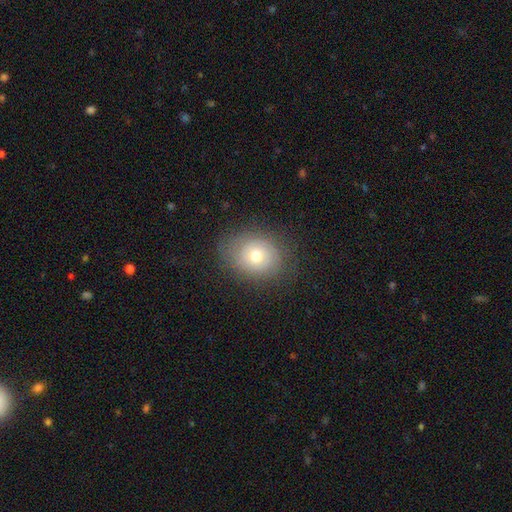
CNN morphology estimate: Smooth or featured?
  - smooth: 54% *
  - featured or disk: 35%
  - star or artifact: 11%
How rounded?
  - round: 58% *
  - in between: 41%
  - cigar-shaped: 1%
Merging?
  - none: 77% *
  - minor disturbance: 16%
  - major disturbance: 6%
  - merger: 1%